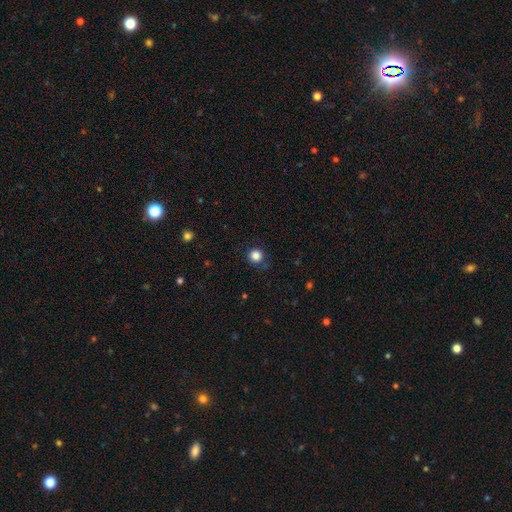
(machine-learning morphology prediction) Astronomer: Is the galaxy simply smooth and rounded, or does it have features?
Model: smooth — 84%.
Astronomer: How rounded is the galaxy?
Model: round — 94%.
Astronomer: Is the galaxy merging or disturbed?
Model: none — 85%.